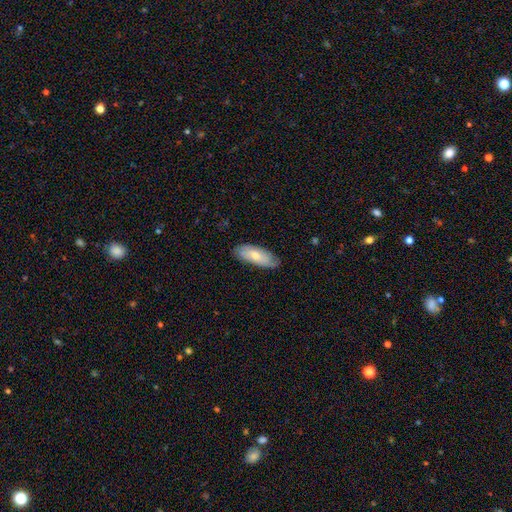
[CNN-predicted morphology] The model was most divided on "smooth or featured": smooth: 62%, featured or disk: 32%, star or artifact: 6%. More confident: merging — none (78%); how rounded — in between (76%).